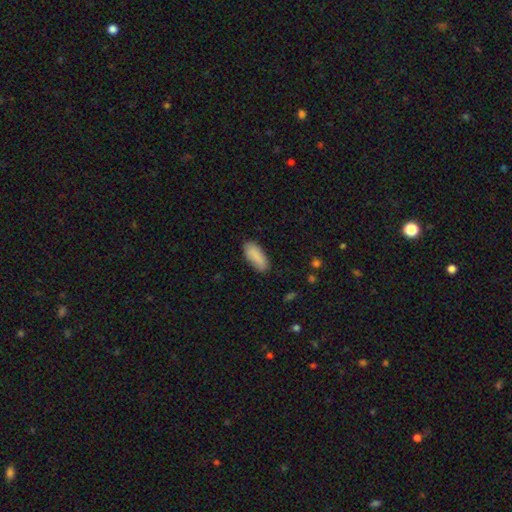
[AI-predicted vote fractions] Smooth or featured? smooth (88%)
How rounded? in between (84%)
Merging? none (83%)